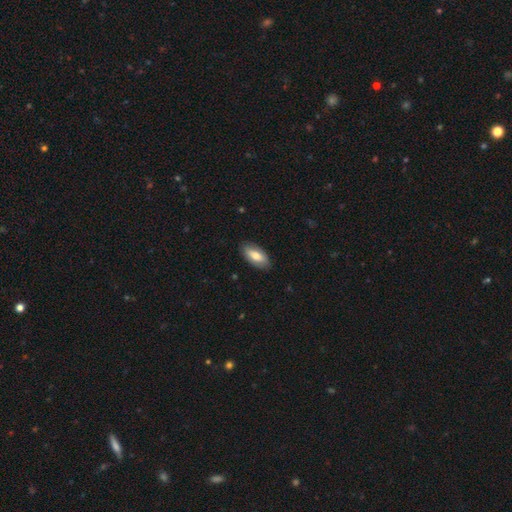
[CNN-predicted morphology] smooth 70%, featured or disk 24%, star or artifact 6%. Down the decision tree: how rounded — in between (91%); merging — none (85%).